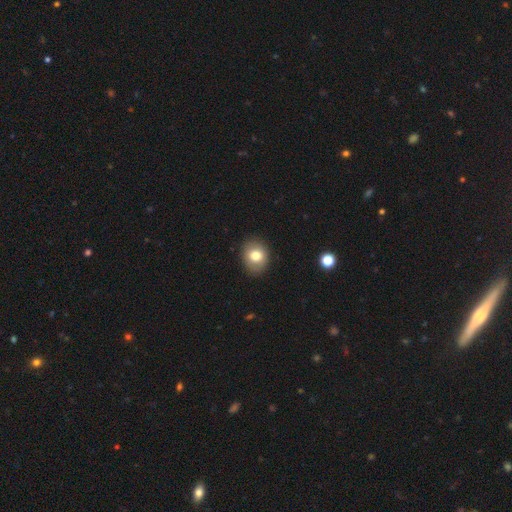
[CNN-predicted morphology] Overall: smooth (79%). How rounded: round (56%; in between 43%). Merging: none (86%).